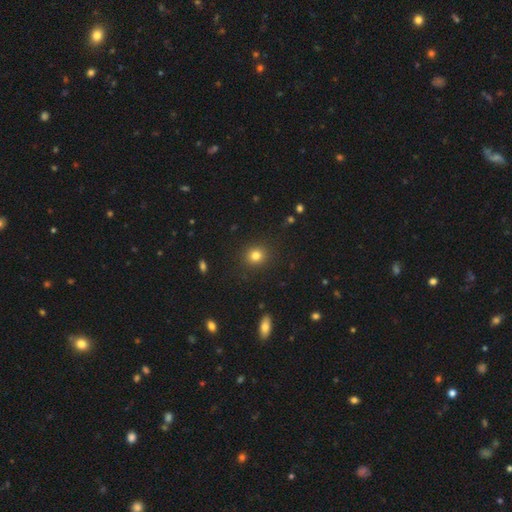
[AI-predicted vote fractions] Smooth or featured?
  - smooth: 81% *
  - star or artifact: 13%
  - featured or disk: 6%
How rounded?
  - round: 86% *
  - in between: 13%
  - cigar-shaped: 1%
Merging?
  - none: 90% *
  - minor disturbance: 6%
  - major disturbance: 2%
  - merger: 1%